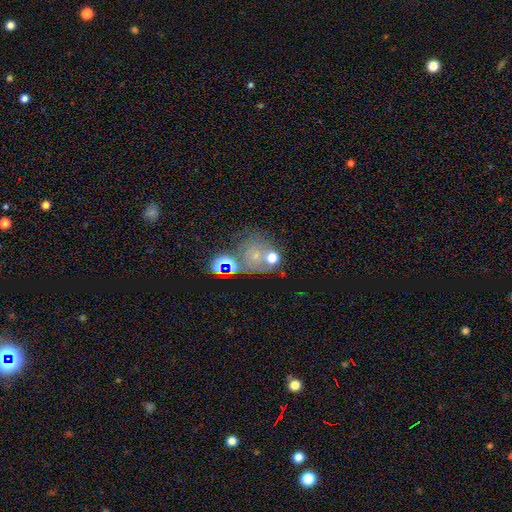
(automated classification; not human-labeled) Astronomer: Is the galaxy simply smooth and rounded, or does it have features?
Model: smooth — 41% (runner-up: star or artifact, 30%).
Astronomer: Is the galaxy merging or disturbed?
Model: none — 44% (runner-up: merger, 26%).